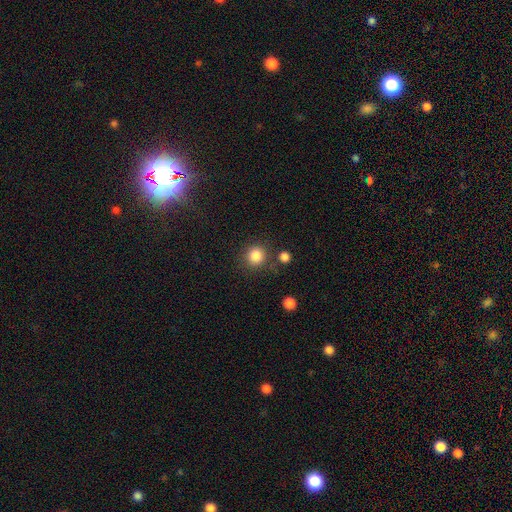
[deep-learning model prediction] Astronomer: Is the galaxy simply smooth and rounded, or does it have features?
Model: smooth — 85%.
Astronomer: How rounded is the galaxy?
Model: round — 91%.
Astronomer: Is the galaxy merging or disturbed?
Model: none — 82%.